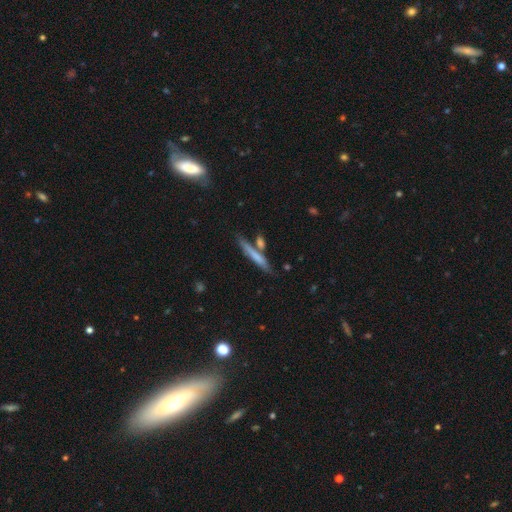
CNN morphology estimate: Smooth or featured?
  - smooth: 64% *
  - featured or disk: 30%
  - star or artifact: 6%
How rounded?
  - cigar-shaped: 92% *
  - in between: 6%
  - round: 2%
Merging?
  - none: 71% *
  - merger: 15%
  - minor disturbance: 11%
  - major disturbance: 3%